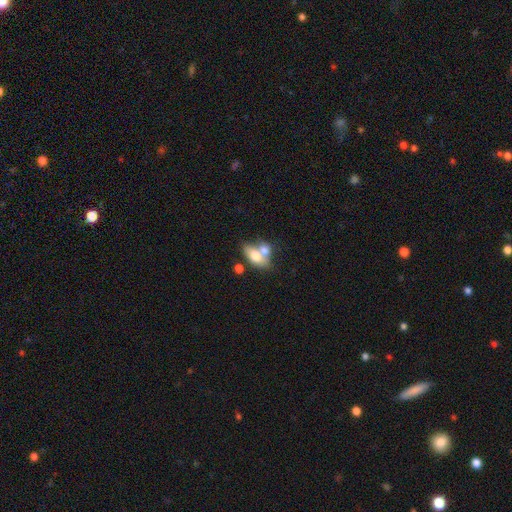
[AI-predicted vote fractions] Smooth or featured? Predicted: smooth (p=0.69). How rounded? Predicted: in between (p=0.84). Merging? Predicted: merger (p=0.60).